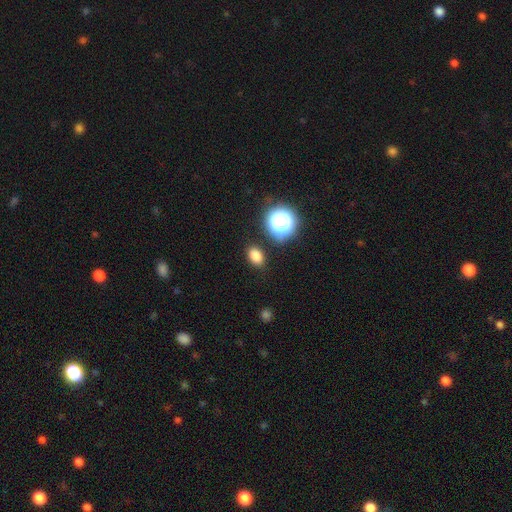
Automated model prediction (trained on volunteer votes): This appears to be a smooth galaxy with no disk features (80%) that is in between round and cigar-shaped (74%). Merging: none (86%).